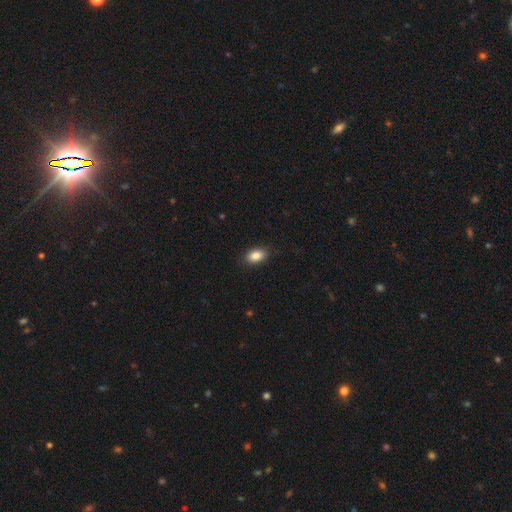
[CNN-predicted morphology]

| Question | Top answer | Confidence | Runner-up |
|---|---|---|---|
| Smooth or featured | smooth | 87% | star or artifact (8%) |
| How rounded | in between | 89% | round (9%) |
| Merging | none | 88% | minor disturbance (9%) |